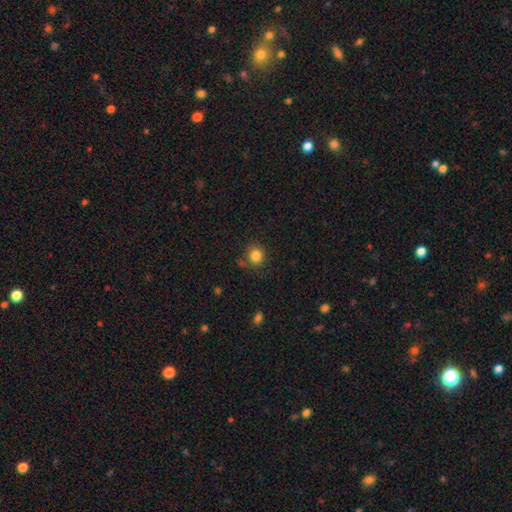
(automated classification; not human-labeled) Smooth or featured?
  - smooth: 84% *
  - star or artifact: 11%
  - featured or disk: 5%
How rounded?
  - round: 86% *
  - in between: 13%
  - cigar-shaped: 1%
Merging?
  - none: 79% *
  - minor disturbance: 13%
  - merger: 5%
  - major disturbance: 4%